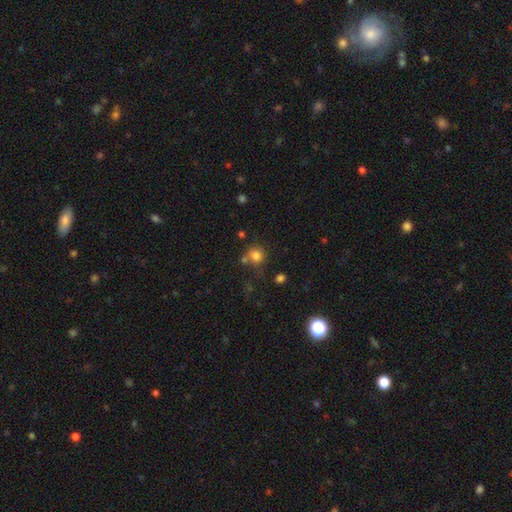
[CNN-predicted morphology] Smooth or featured?
  - smooth: 79% *
  - star or artifact: 13%
  - featured or disk: 7%
How rounded?
  - round: 88% *
  - in between: 12%
  - cigar-shaped: 1%
Merging?
  - none: 64% *
  - merger: 17%
  - minor disturbance: 13%
  - major disturbance: 5%